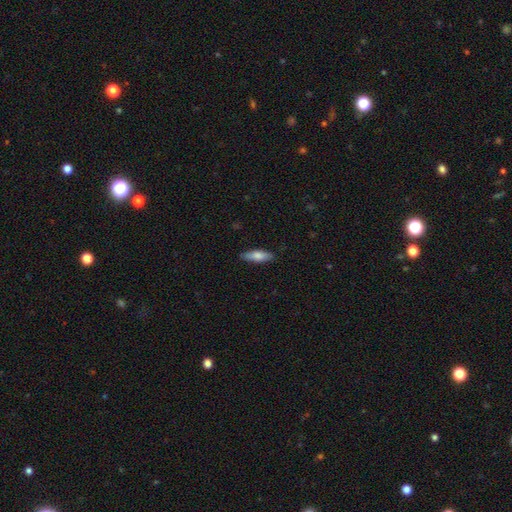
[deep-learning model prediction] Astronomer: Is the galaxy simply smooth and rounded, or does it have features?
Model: smooth — 74%.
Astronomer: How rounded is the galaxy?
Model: in between — 52% (runner-up: cigar-shaped, 46%).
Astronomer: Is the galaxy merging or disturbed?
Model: none — 85%.